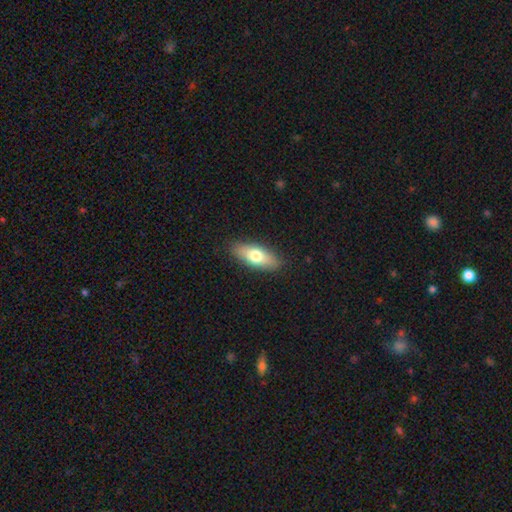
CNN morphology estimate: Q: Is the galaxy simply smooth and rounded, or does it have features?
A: smooth — 69%.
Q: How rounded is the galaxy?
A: in between — 69%.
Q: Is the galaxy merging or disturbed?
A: none — 88%.